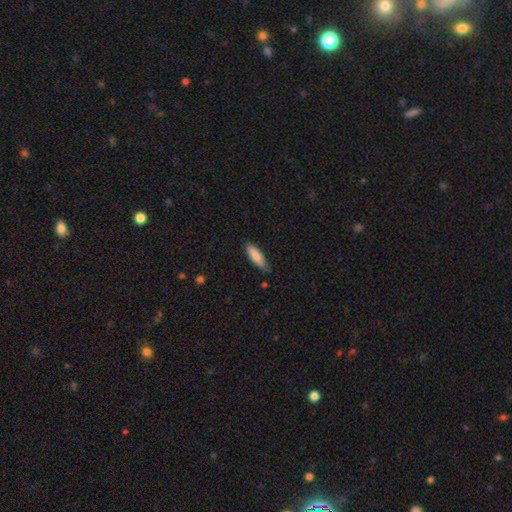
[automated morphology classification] Overall: smooth (84%). How rounded: cigar-shaped (51%; in between 48%). Merging: none (75%).